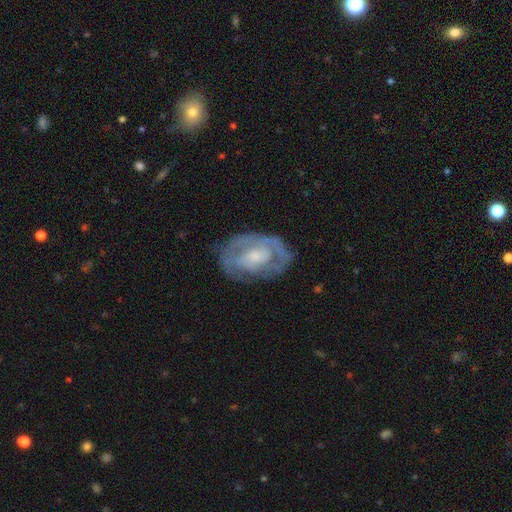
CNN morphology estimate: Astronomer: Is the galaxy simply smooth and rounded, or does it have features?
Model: featured or disk — 72%.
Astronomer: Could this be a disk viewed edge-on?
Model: no — 95%.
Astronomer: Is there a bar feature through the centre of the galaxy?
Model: no — 62%.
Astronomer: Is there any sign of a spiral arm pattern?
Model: yes — 72%.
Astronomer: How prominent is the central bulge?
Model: small — 45% (runner-up: moderate, 39%).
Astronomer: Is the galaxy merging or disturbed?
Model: none — 68%.